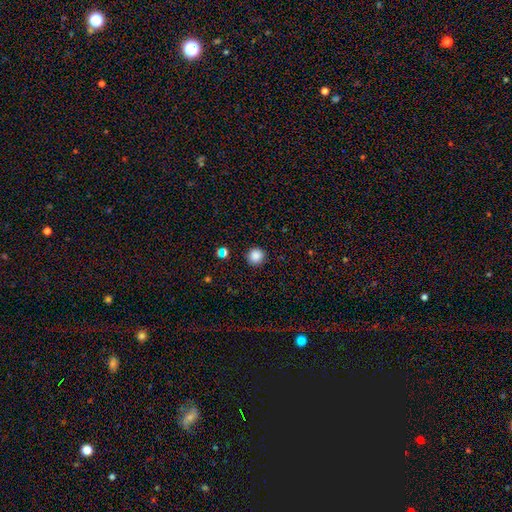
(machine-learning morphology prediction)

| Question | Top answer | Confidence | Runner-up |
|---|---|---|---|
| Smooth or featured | smooth | 86% | star or artifact (11%) |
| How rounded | round | 94% | in between (5%) |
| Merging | none | 91% | minor disturbance (6%) |